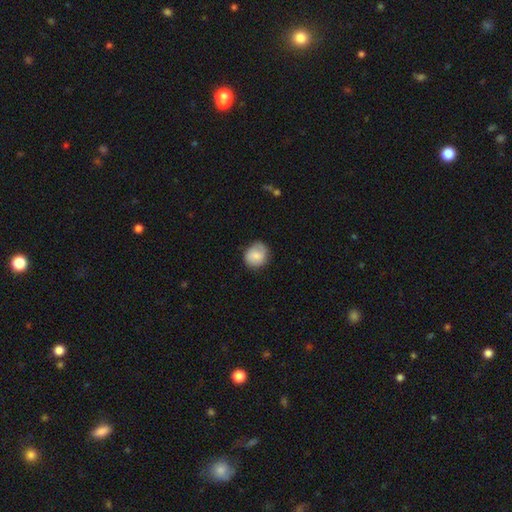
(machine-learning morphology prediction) smooth_or_featured: smooth (p=0.80) [alt: featured or disk p=0.13]
how_rounded: round (p=0.74) [alt: in between p=0.25]
merging: none (p=0.76) [alt: minor disturbance p=0.19]